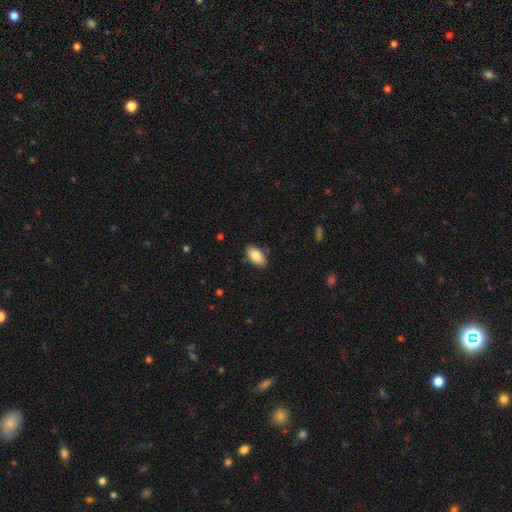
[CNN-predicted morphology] type=smooth (82%); roundness=in between (93%); merging=none (85%).